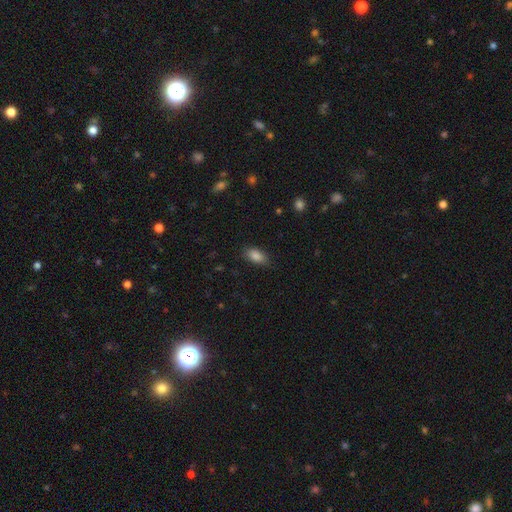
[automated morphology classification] This is clearly a smooth galaxy (86%). How rounded: clearly in between (90%). Merging: clearly none (84%).